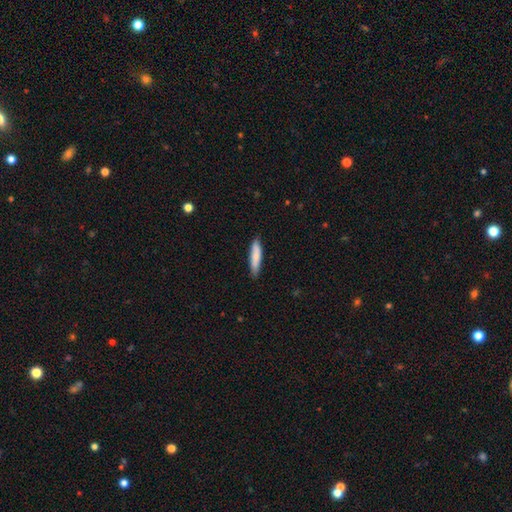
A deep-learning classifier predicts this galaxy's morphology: Overall: smooth (80%). How rounded: cigar-shaped (83%). Merging: none (85%).